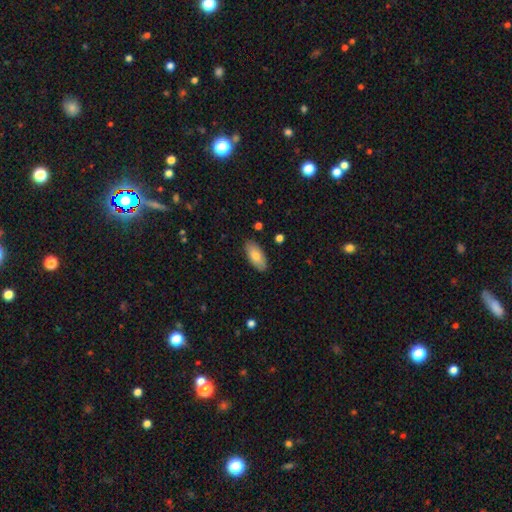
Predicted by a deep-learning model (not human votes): smooth_or_featured: smooth (p=0.76) [alt: featured or disk p=0.18]
how_rounded: in between (p=0.91) [alt: cigar-shaped p=0.07]
merging: none (p=0.86) [alt: minor disturbance p=0.11]